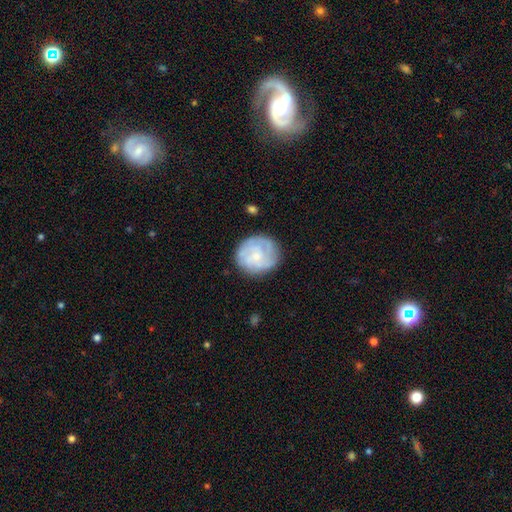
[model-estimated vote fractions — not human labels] featured or disk 61%, smooth 33%, star or artifact 7%. Down the decision tree: edge-on disk — no (98%); bar — no (76%); spiral arms — yes (78%); bulge size — small (67%); merging — none (76%).